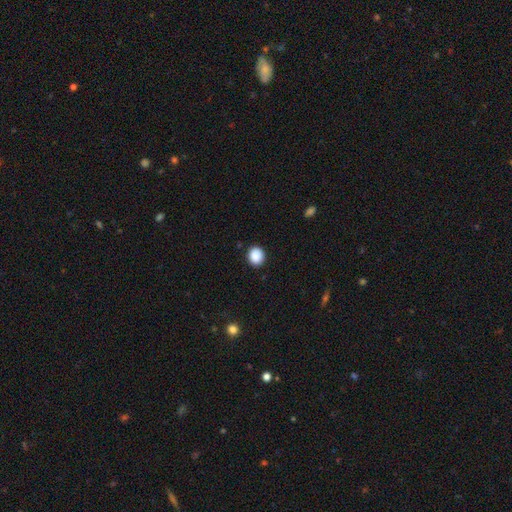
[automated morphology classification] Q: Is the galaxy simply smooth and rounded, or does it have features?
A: smooth — 89%.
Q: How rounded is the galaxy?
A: round — 77%.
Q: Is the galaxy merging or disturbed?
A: none — 91%.